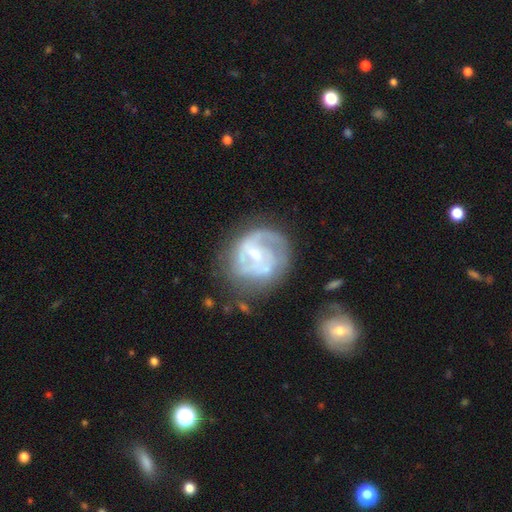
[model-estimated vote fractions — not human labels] Morphology: type=featured or disk (80%); edge-on=no (98%); bar=weak (50%); spiral arms=yes (81%); winding=tight (46%); arm count=2 (42%); bulge=moderate (51%); merging=none (57%).